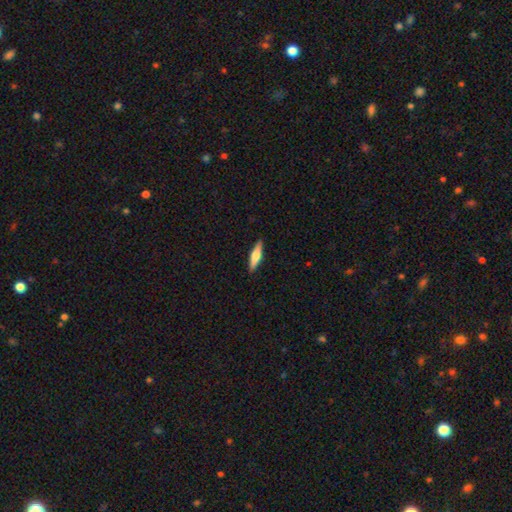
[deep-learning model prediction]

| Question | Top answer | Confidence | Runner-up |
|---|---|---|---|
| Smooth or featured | smooth | 51% | featured or disk (44%) |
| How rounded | cigar-shaped | 72% | in between (26%) |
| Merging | none | 90% | minor disturbance (7%) |